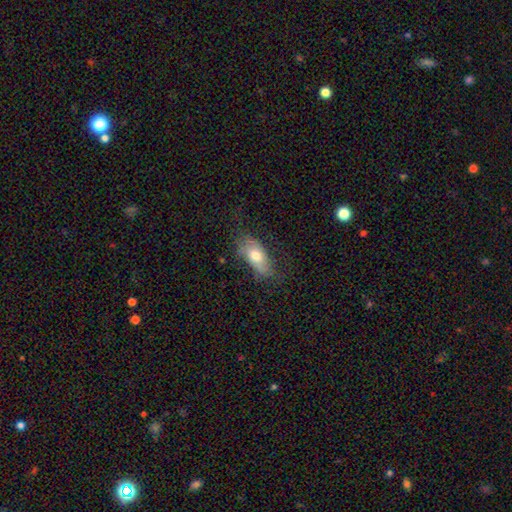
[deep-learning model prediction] The model was most divided on "merging": none: 56%, minor disturbance: 27%, major disturbance: 15%, merger: 2%. More confident: how rounded — in between (87%); smooth or featured — smooth (63%).